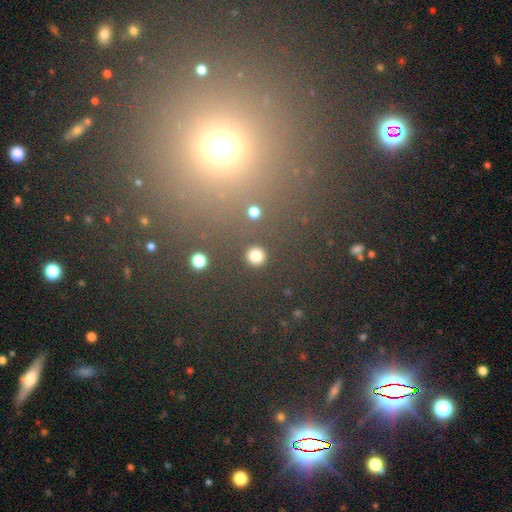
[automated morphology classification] Q: Smooth or featured?
A: smooth (83%); runner-up: star or artifact (13%)
Q: How rounded?
A: round (92%); runner-up: in between (7%)
Q: Merging?
A: none (90%); runner-up: minor disturbance (5%)